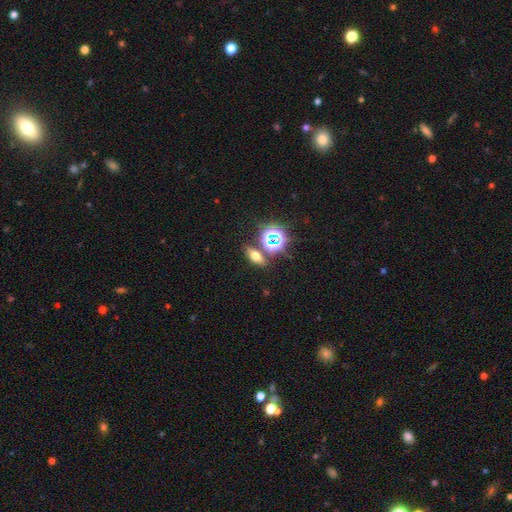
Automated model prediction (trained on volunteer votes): Morphology: type=smooth (51%); roundness=in between (66%); merging=none (78%).